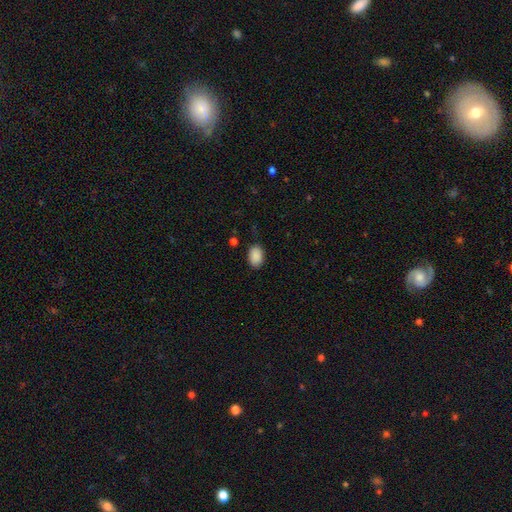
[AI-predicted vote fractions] Morphology: type=smooth (89%); roundness=in between (85%); merging=none (84%).